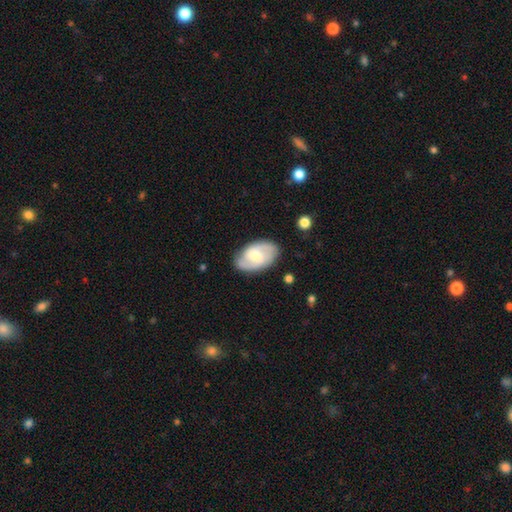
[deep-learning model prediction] Smooth or featured? Predicted: featured or disk (p=0.68). Edge-on disk? Predicted: no (p=0.96). Bar? Predicted: weak (p=0.54). Spiral arms? Predicted: yes (p=0.90). Spiral winding? Predicted: medium (p=0.47). Spiral arm count? Predicted: 2 (p=0.79). Bulge size? Predicted: moderate (p=0.50). Merging? Predicted: none (p=0.80).